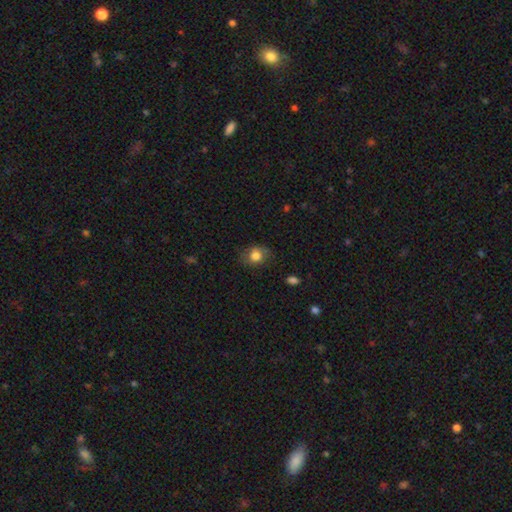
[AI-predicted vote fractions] A smooth galaxy with no disk features (80%) that is round (52%).

Vote fractions:
- Smooth or featured? smooth: 80% / featured or disk: 11% / star or artifact: 9%
- How rounded? round: 52% / in between: 47% / cigar-shaped: 1%
- Merging? none: 74% / minor disturbance: 19% / major disturbance: 6% / merger: 1%